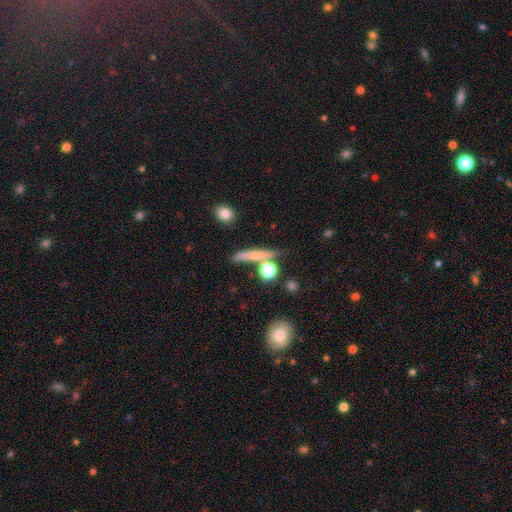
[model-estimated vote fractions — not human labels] This appears to be a smooth galaxy with no disk features (59%) that is cigar-shaped (74%). Merging: none (64%).